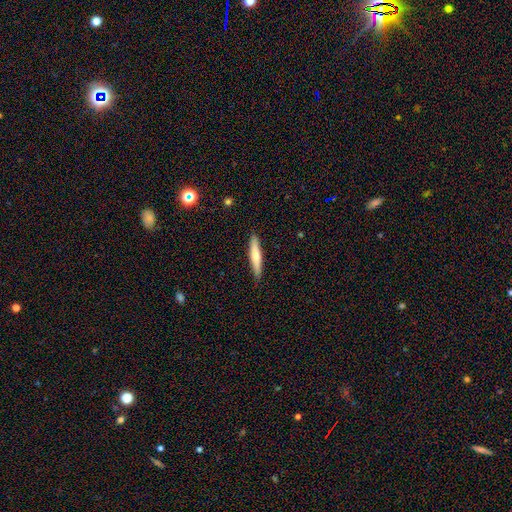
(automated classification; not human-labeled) smooth_or_featured: smooth (p=0.63) [alt: featured or disk p=0.32]
how_rounded: cigar-shaped (p=0.91) [alt: in between p=0.08]
merging: none (p=0.88) [alt: minor disturbance p=0.09]